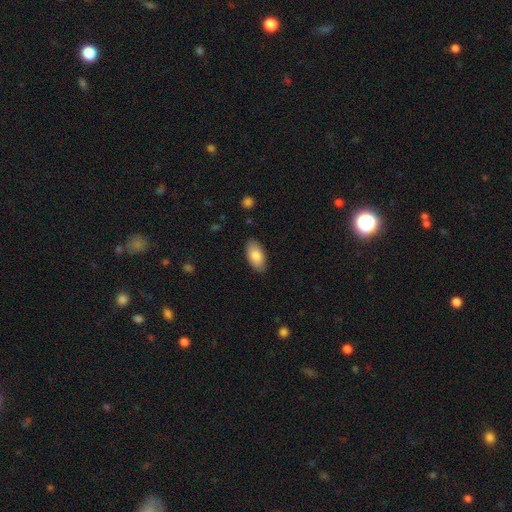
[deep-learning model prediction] This is clearly a smooth galaxy (84%). How rounded: clearly in between (94%). Merging: clearly none (87%).